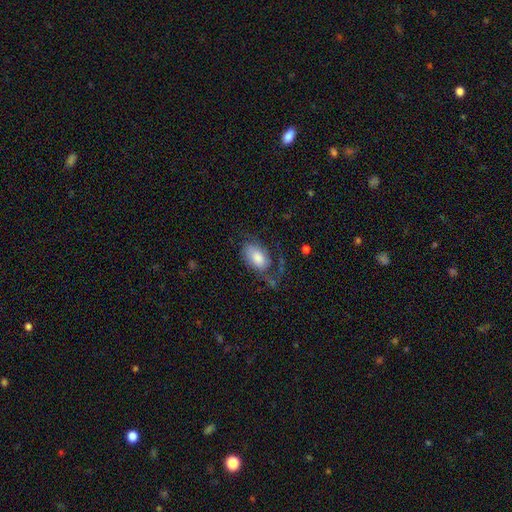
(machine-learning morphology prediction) Overall: smooth (60%; featured or disk 33%). How rounded: in between (92%). Merging: none (39%; major disturbance 33%).